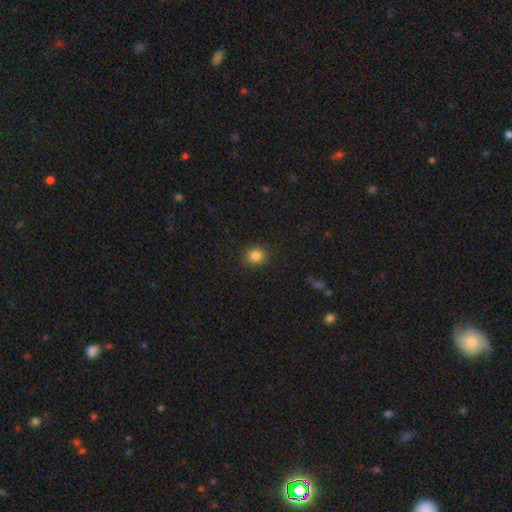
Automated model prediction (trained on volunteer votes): A smooth galaxy with no disk features (84%) that is round (77%). Merging: none (89%).